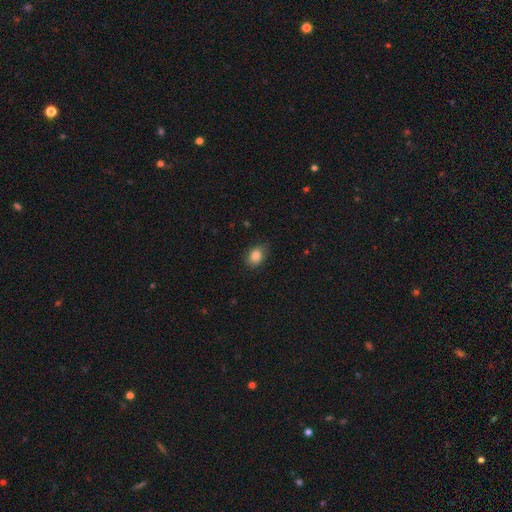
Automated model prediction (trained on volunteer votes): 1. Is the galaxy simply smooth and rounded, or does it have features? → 86% smooth, 9% star or artifact, 6% featured or disk.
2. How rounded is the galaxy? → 70% in between, 29% round, 1% cigar-shaped.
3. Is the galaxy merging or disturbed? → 78% none, 18% minor disturbance, 4% major disturbance, 1% merger.